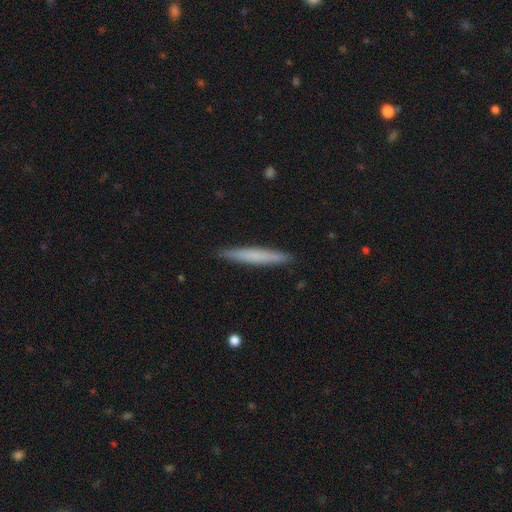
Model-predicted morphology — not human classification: Overall: smooth (65%; featured or disk 29%). How rounded: cigar-shaped (96%). Merging: none (91%).